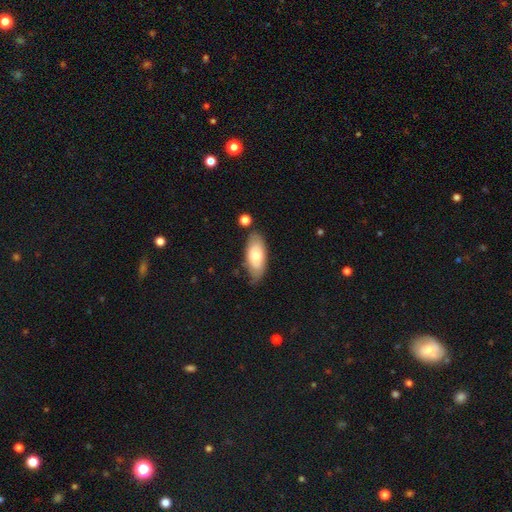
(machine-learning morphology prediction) smooth-or-featured: smooth: 69% | featured or disk: 25% | star or artifact: 6%
  how-rounded: in between: 84% | cigar-shaped: 14% | round: 2%
  merging: none: 68% | minor disturbance: 22% | merger: 5% | major disturbance: 5%